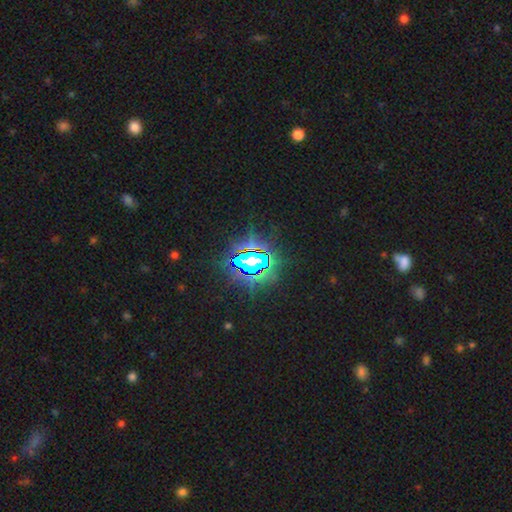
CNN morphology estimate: Overall: star or artifact (78%).